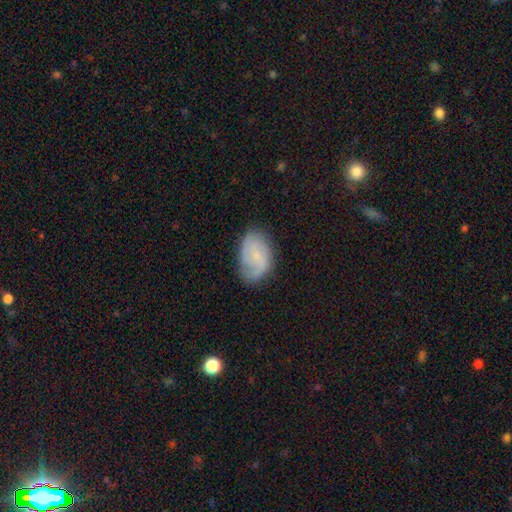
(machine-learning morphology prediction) This appears to be a featured or disk galaxy (54%) with no bar (67%), spiral arms (88%) and a small central bulge (70%). Merging: none (69%).